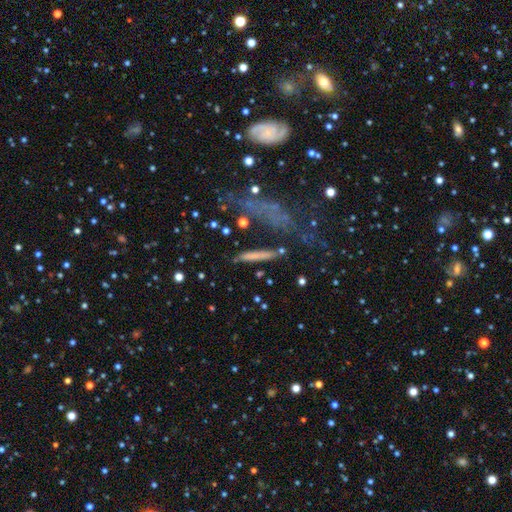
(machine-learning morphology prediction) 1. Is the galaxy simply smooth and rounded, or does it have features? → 59% smooth, 27% featured or disk, 14% star or artifact.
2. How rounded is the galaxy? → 86% cigar-shaped, 10% in between, 4% round.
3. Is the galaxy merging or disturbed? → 67% none, 16% minor disturbance, 10% major disturbance, 7% merger.